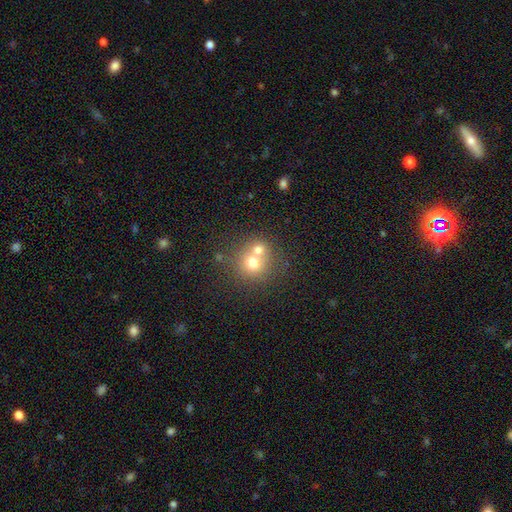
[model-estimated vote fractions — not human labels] Smooth or featured: smooth — 66% (featured or disk — 19%)
How rounded: round — 86% (in between — 13%)
Merging: merger — 47% (none — 44%)